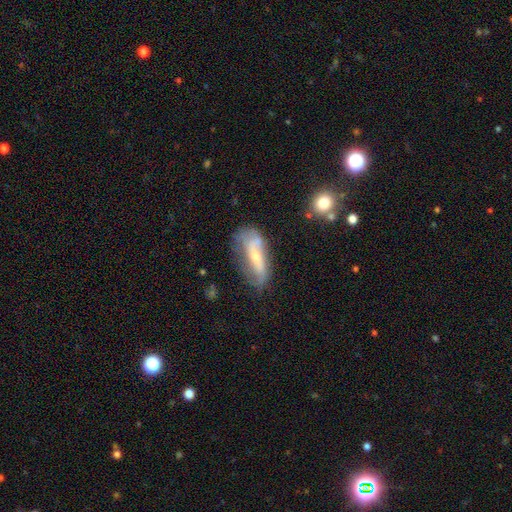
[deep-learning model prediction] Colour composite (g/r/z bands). It shows a featured or disk galaxy (63%) with no bar (50%), spiral arms (70%) and a small central bulge (58%). Merging: none (49%).